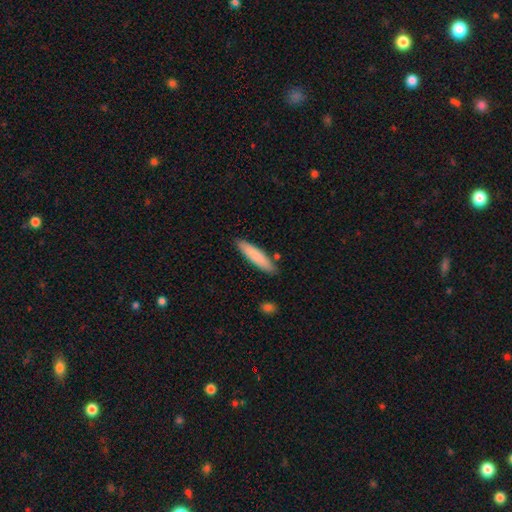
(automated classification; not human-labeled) A smooth galaxy with no disk features (83%) that is cigar-shaped (81%).

Vote fractions:
- Smooth or featured? smooth: 83% / featured or disk: 11% / star or artifact: 6%
- How rounded? cigar-shaped: 81% / in between: 17% / round: 1%
- Merging? none: 85% / minor disturbance: 10% / merger: 3% / major disturbance: 2%